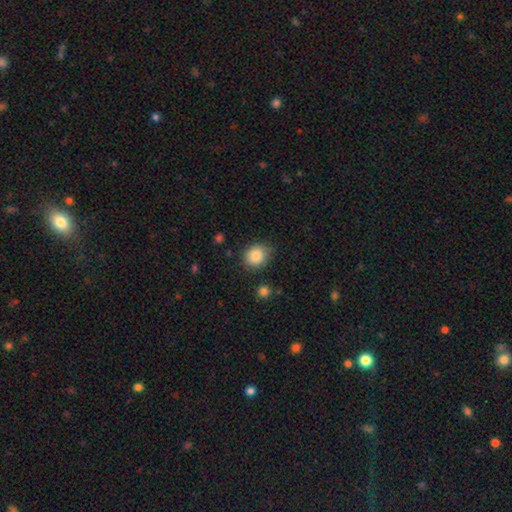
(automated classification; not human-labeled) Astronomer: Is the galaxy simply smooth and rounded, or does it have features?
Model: smooth — 87%.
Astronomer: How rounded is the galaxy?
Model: round — 68%.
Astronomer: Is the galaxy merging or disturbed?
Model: none — 77%.